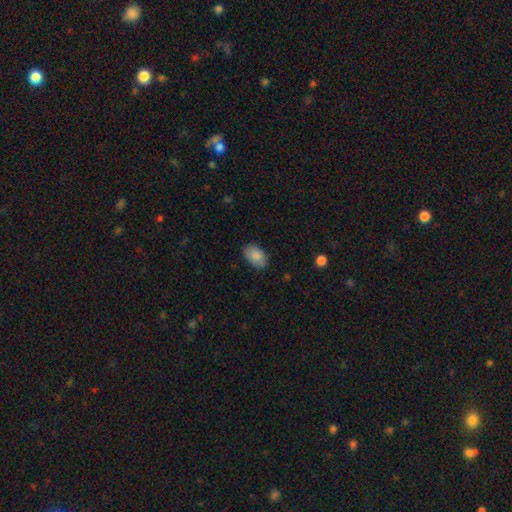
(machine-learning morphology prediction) Smooth or featured: smooth — 87% (star or artifact — 7%)
How rounded: in between — 91% (round — 8%)
Merging: none — 84% (minor disturbance — 12%)